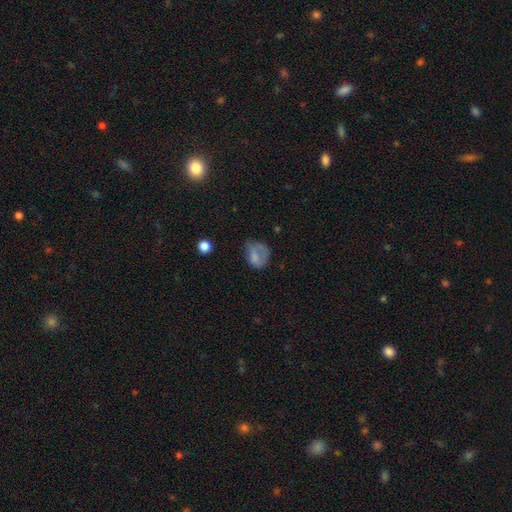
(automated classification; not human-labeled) smooth 67%, featured or disk 22%, star or artifact 11%. Down the decision tree: how rounded — in between (57%); merging — none (39%).